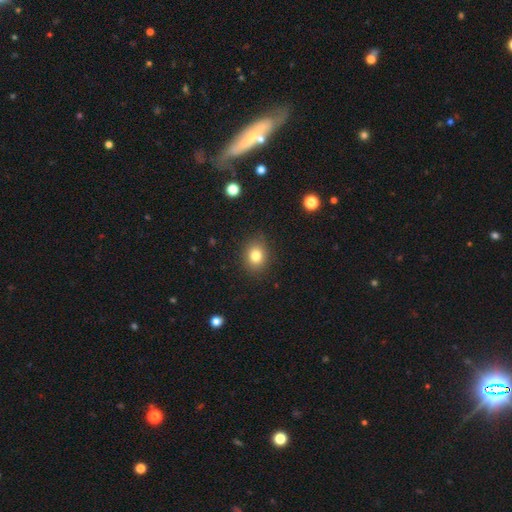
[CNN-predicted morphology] Smooth or featured? Predicted: smooth (p=0.81). How rounded? Predicted: round (p=0.61). Merging? Predicted: none (p=0.86).